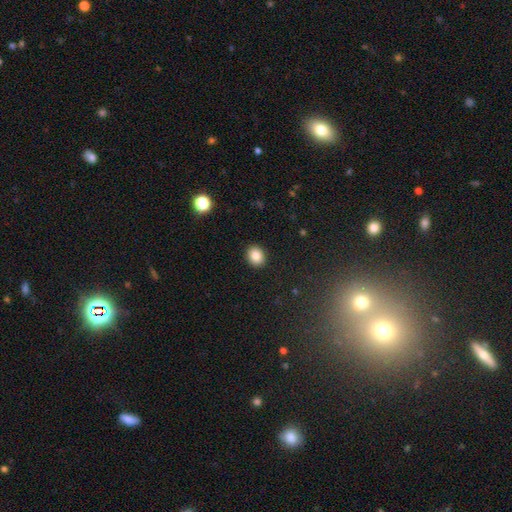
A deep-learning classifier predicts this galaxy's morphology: A smooth galaxy with no disk features (86%) that is round (60%).

Vote fractions:
- Smooth or featured? smooth: 86% / star or artifact: 9% / featured or disk: 5%
- How rounded? round: 60% / in between: 39% / cigar-shaped: 1%
- Merging? none: 91% / minor disturbance: 6% / major disturbance: 2% / merger: 1%